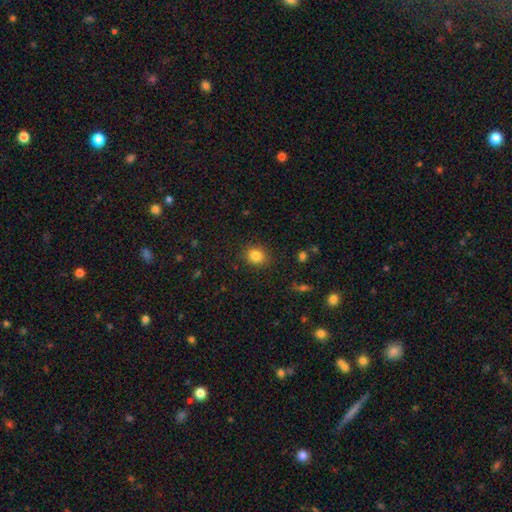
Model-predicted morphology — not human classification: Smooth or featured?
  - smooth: 84% *
  - star or artifact: 11%
  - featured or disk: 6%
How rounded?
  - round: 74% *
  - in between: 25%
  - cigar-shaped: 1%
Merging?
  - none: 87% *
  - minor disturbance: 9%
  - major disturbance: 3%
  - merger: 1%